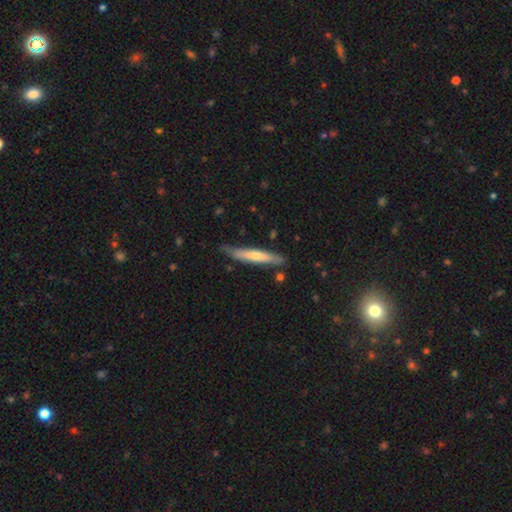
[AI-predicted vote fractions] Smooth or featured? smooth (52%)
How rounded? cigar-shaped (93%)
Merging? none (78%)